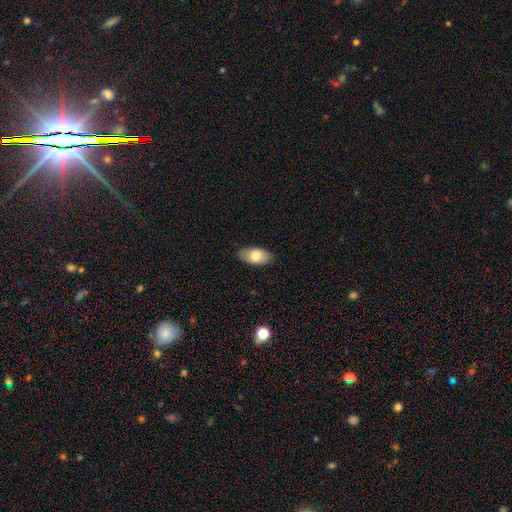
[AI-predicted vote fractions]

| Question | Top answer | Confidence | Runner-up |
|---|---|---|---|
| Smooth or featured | smooth | 79% | featured or disk (15%) |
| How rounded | in between | 93% | cigar-shaped (4%) |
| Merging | none | 87% | minor disturbance (10%) |